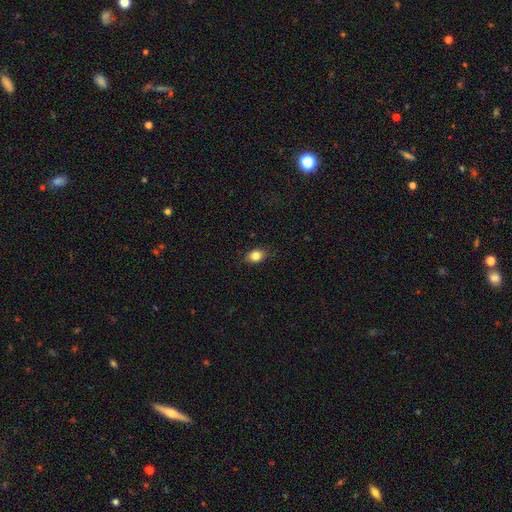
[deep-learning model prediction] Smooth or featured? Predicted: smooth (p=0.83). How rounded? Predicted: in between (p=0.63). Merging? Predicted: none (p=0.85).